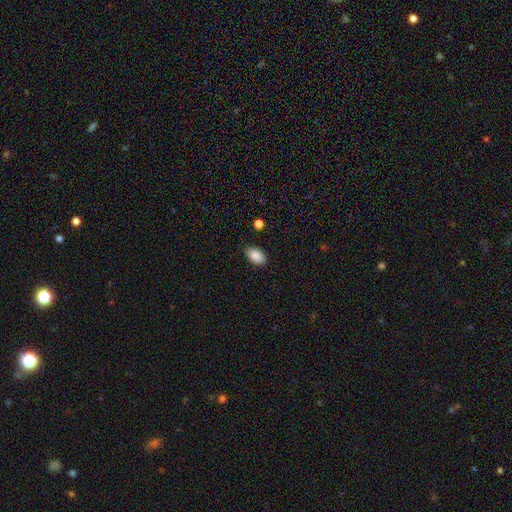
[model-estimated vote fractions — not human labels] This appears to be a smooth galaxy with no disk features (88%) that is in between round and cigar-shaped (92%). Merging: none (87%).